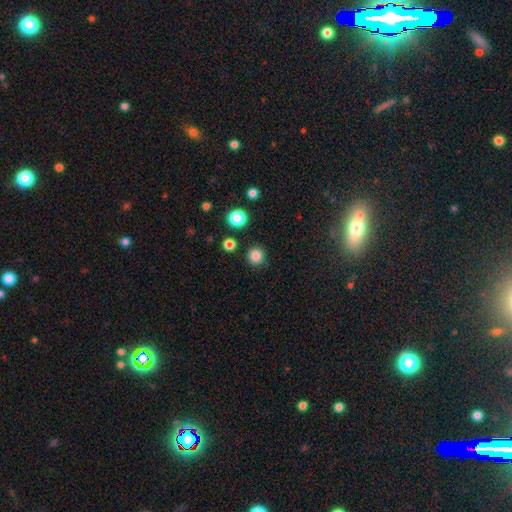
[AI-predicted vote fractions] A smooth galaxy with no disk features (84%) that is round (93%).

Vote fractions:
- Smooth or featured? smooth: 84% / star or artifact: 12% / featured or disk: 4%
- How rounded? round: 93% / in between: 6% / cigar-shaped: 1%
- Merging? none: 90% / minor disturbance: 6% / merger: 2% / major disturbance: 2%